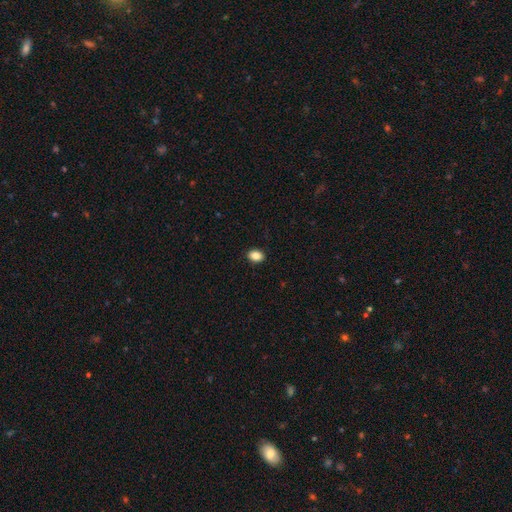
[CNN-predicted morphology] Smooth or featured? Predicted: smooth (p=0.87). How rounded? Predicted: in between (p=0.73). Merging? Predicted: none (p=0.90).